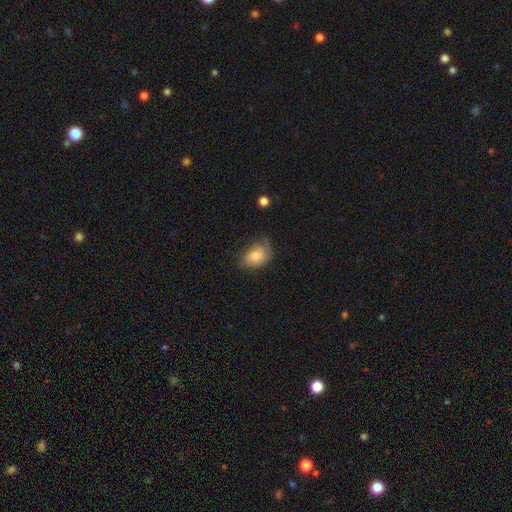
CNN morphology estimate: Smooth or featured?
  - smooth: 76% *
  - featured or disk: 16%
  - star or artifact: 8%
How rounded?
  - in between: 80% *
  - round: 19%
  - cigar-shaped: 1%
Merging?
  - none: 57% *
  - minor disturbance: 31%
  - major disturbance: 10%
  - merger: 2%